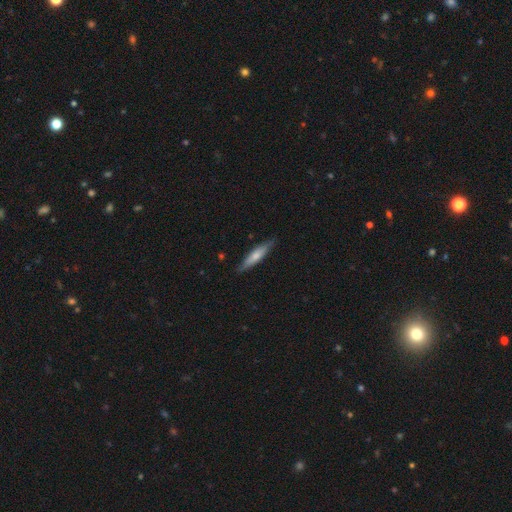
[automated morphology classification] Smooth or featured?
  - smooth: 60% *
  - featured or disk: 35%
  - star or artifact: 5%
How rounded?
  - cigar-shaped: 84% *
  - in between: 15%
  - round: 1%
Merging?
  - none: 83% *
  - minor disturbance: 13%
  - major disturbance: 2%
  - merger: 1%